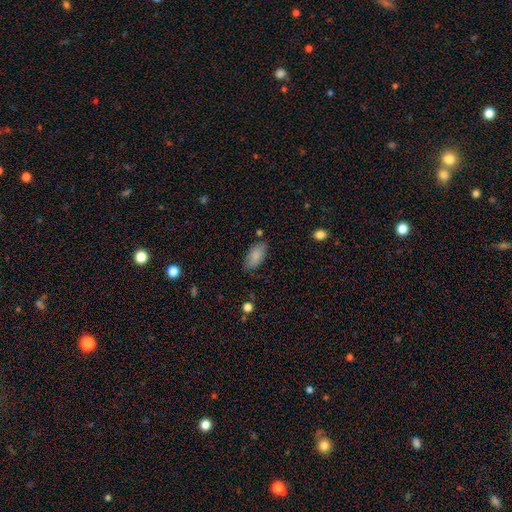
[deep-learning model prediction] Smooth or featured? smooth (86%)
How rounded? in between (91%)
Merging? none (78%)